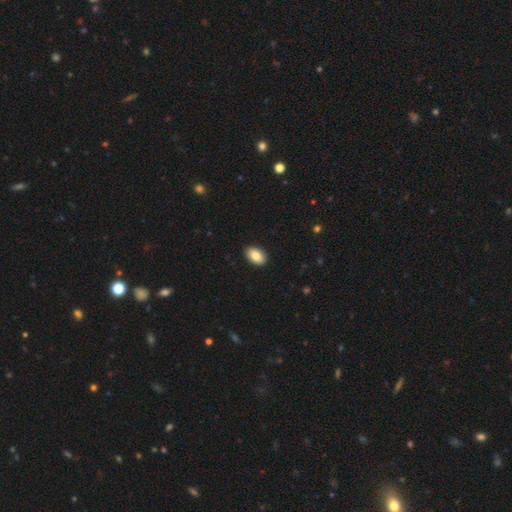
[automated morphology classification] A smooth galaxy with no disk features (85%) that is in between round and cigar-shaped (92%).

Vote fractions:
- Smooth or featured? smooth: 85% / featured or disk: 8% / star or artifact: 7%
- How rounded? in between: 92% / round: 7% / cigar-shaped: 1%
- Merging? none: 91% / minor disturbance: 7% / major disturbance: 2% / merger: 1%